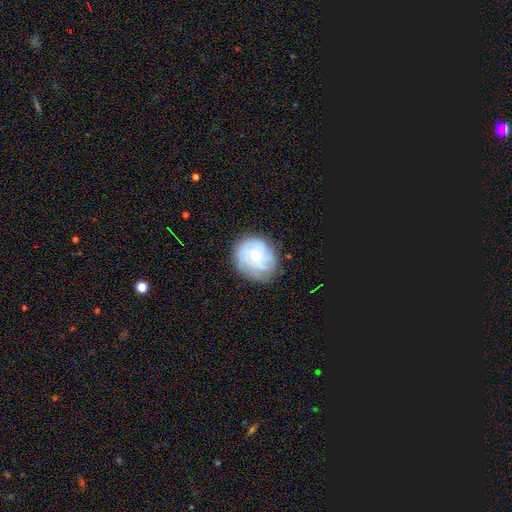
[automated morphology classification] A featured or disk galaxy (66%) with no bar (66%), tight (61%) spiral arms (78%) and a moderate central bulge (61%). Merging: none (68%).